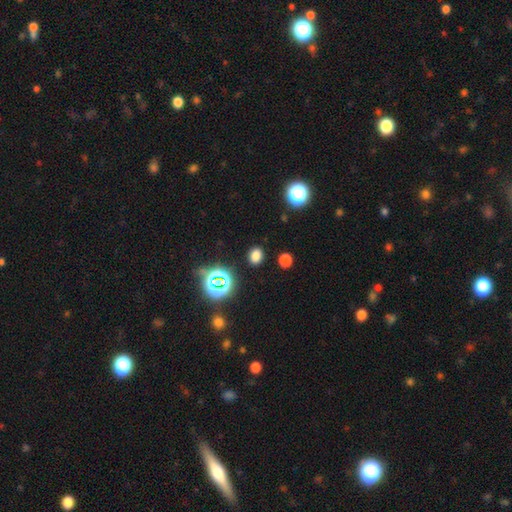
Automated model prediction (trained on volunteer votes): smooth_or_featured: smooth (p=0.73) [alt: star or artifact p=0.22]
how_rounded: in between (p=0.56) [alt: round p=0.43]
merging: none (p=0.87) [alt: minor disturbance p=0.08]